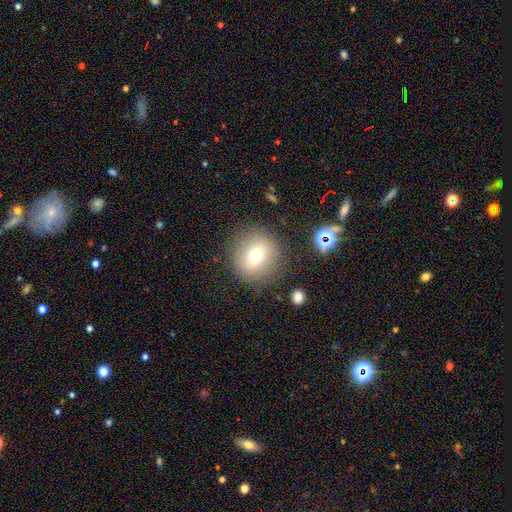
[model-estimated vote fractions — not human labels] Smooth or featured? Predicted: smooth (p=0.70). How rounded? Predicted: round (p=0.89). Merging? Predicted: none (p=0.84).